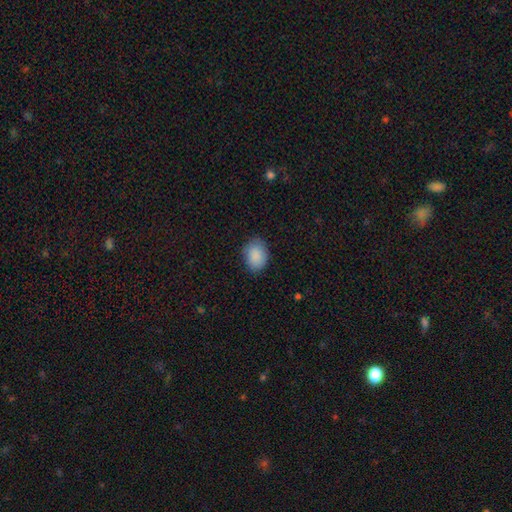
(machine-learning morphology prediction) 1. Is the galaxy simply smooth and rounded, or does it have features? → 89% smooth, 7% star or artifact, 4% featured or disk.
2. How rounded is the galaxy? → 69% in between, 30% round, 1% cigar-shaped.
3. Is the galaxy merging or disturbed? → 81% none, 15% minor disturbance, 3% major disturbance, 1% merger.